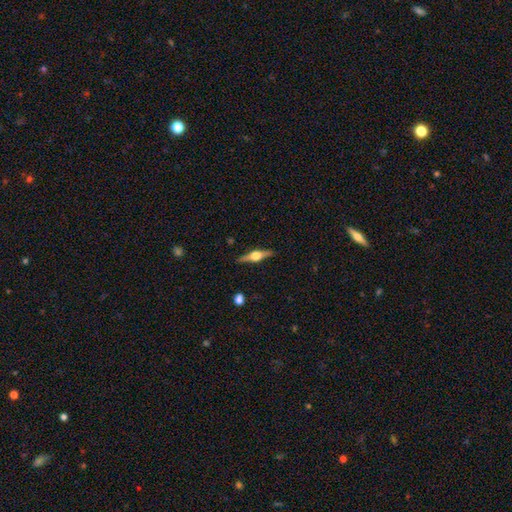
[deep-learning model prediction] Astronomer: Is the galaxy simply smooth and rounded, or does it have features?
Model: featured or disk — 77%.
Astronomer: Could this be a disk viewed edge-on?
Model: yes — 98%.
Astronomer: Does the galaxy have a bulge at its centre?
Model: rounded — 94%.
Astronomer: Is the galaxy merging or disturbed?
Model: none — 89%.